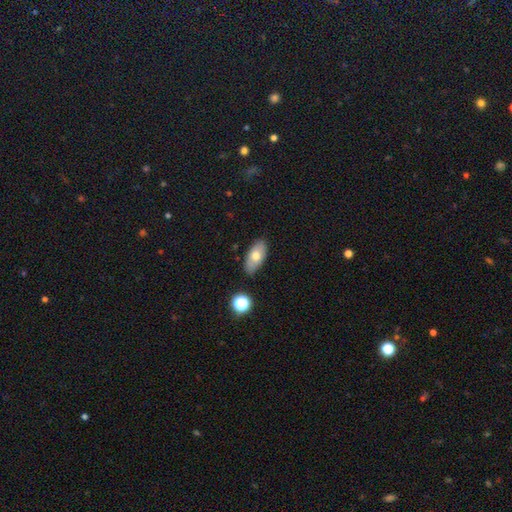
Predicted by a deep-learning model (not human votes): smooth-or-featured: smooth: 70% | featured or disk: 22% | star or artifact: 8%
  how-rounded: in between: 91% | cigar-shaped: 5% | round: 4%
  merging: none: 83% | minor disturbance: 12% | major disturbance: 2% | merger: 2%